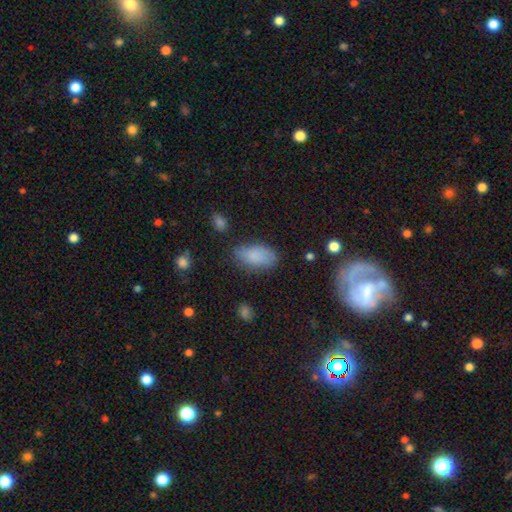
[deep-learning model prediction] This is clearly a smooth galaxy (84%). How rounded: clearly in between (93%). Merging: likely none (70%).